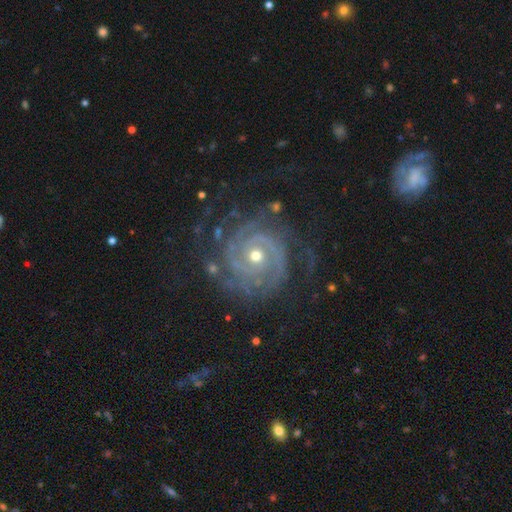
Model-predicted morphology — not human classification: This is clearly a featured or disk galaxy (91%). It is clearly not viewed edge-on (98%). Bar: likely no (72%). Spiral arm pattern: clearly yes (98%). Spiral arm count: marginally 2 (33%). Spiral winding: clearly tight (81%). Central bulge: possibly moderate (51%). Merging: likely none (72%).